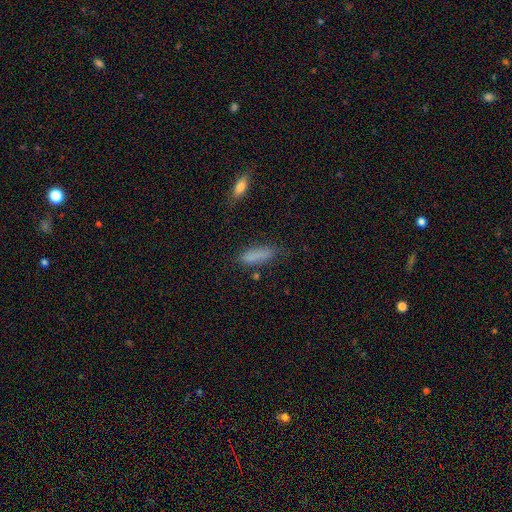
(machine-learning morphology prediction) A smooth galaxy with no disk features (83%) that is cigar-shaped (52%).

Vote fractions:
- Smooth or featured? smooth: 83% / star or artifact: 9% / featured or disk: 8%
- How rounded? cigar-shaped: 52% / in between: 45% / round: 2%
- Merging? none: 67% / minor disturbance: 22% / major disturbance: 7% / merger: 4%